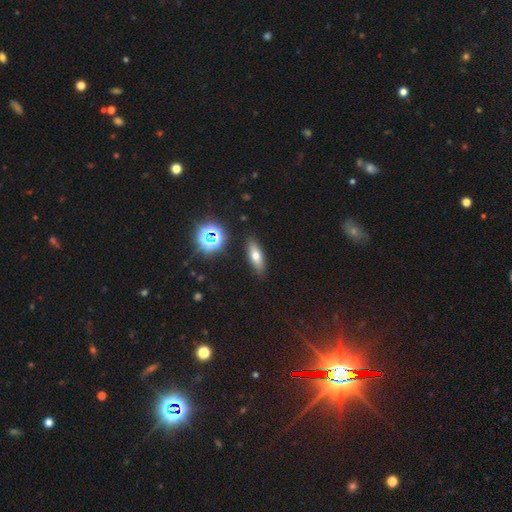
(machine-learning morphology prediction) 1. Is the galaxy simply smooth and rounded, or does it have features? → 63% smooth, 22% featured or disk, 15% star or artifact.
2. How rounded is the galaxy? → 56% in between, 38% cigar-shaped, 6% round.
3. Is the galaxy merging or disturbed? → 88% none, 8% minor disturbance, 2% major disturbance, 2% merger.